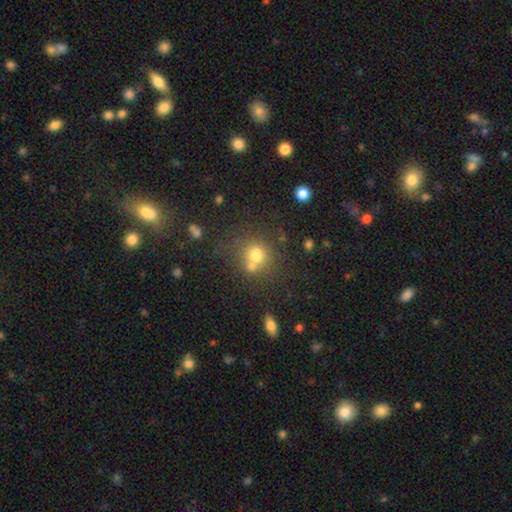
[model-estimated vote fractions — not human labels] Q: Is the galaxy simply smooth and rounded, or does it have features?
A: smooth — 70%.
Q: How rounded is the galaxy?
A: round — 83%.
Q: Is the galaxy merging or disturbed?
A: none — 53%.